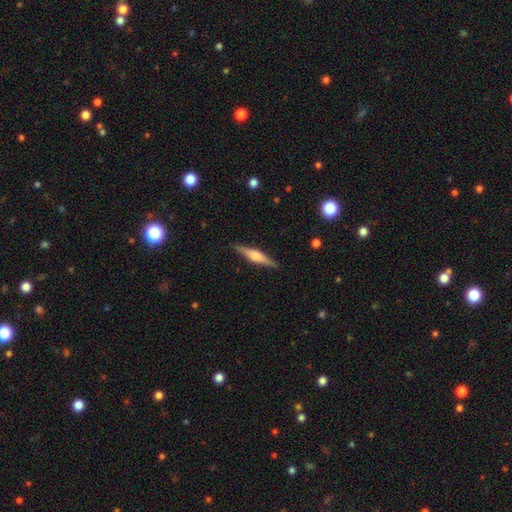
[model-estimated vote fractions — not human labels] This appears to be a featured or disk galaxy (69%) viewed edge-on (98%) with a rounded central bulge (73%). Merging: none (90%).